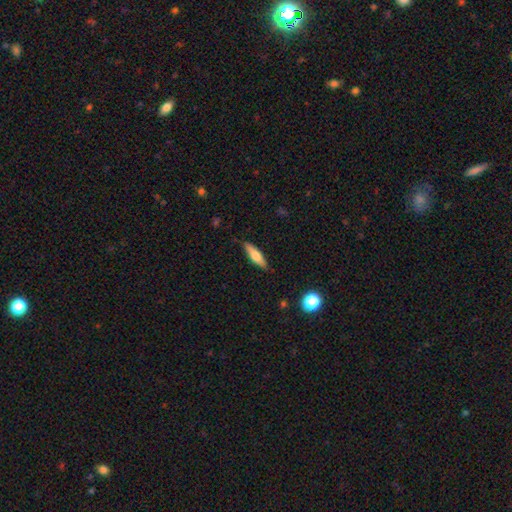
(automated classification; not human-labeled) smooth_or_featured: smooth (p=0.59) [alt: featured or disk p=0.34]
how_rounded: cigar-shaped (p=0.66) [alt: in between p=0.32]
merging: none (p=0.85) [alt: minor disturbance p=0.11]